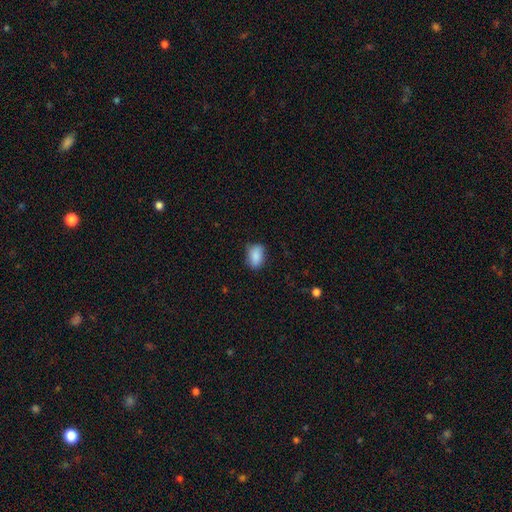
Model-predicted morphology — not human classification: Overall: smooth (87%). How rounded: in between (85%). Merging: none (74%).